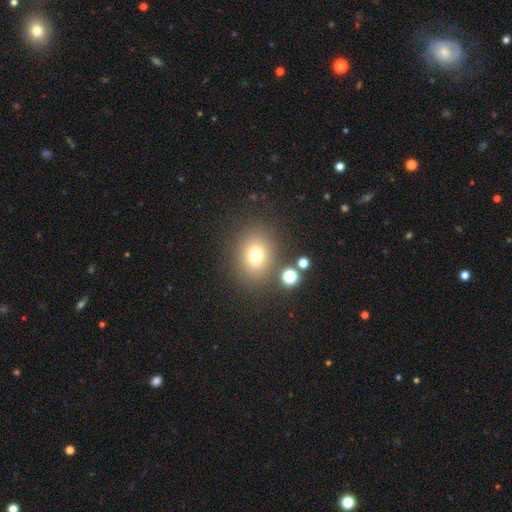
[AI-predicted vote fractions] Q: Smooth or featured?
A: smooth (73%); runner-up: star or artifact (16%)
Q: How rounded?
A: round (62%); runner-up: in between (37%)
Q: Merging?
A: none (80%); runner-up: minor disturbance (10%)